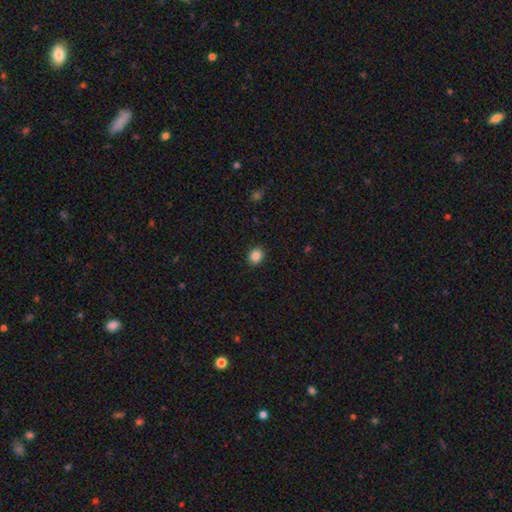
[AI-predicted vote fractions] A smooth galaxy with no disk features (87%) that is round (66%).

Vote fractions:
- Smooth or featured? smooth: 87% / star or artifact: 10% / featured or disk: 3%
- How rounded? round: 66% / in between: 33% / cigar-shaped: 1%
- Merging? none: 90% / minor disturbance: 7% / major disturbance: 2% / merger: 1%